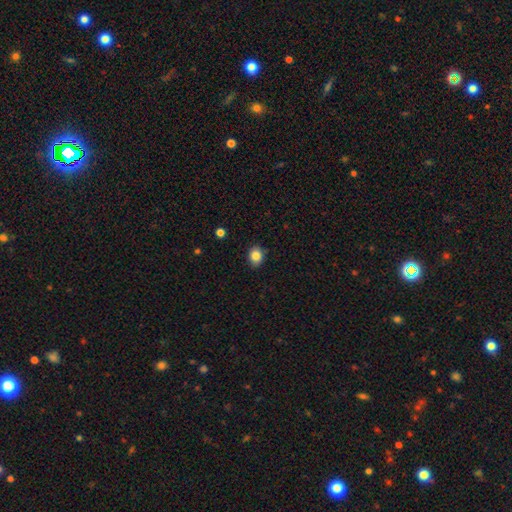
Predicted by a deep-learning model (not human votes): smooth 85%, star or artifact 9%, featured or disk 6%. Down the decision tree: how rounded — round (52%); merging — none (87%).